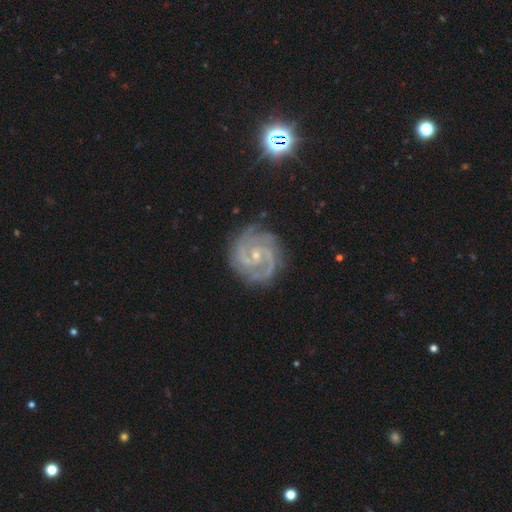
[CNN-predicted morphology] A featured or disk galaxy (91%) with no bar (56%), 2 (54%) tight (55%) spiral arms (99%) and a small central bulge (76%). Merging: none (79%).